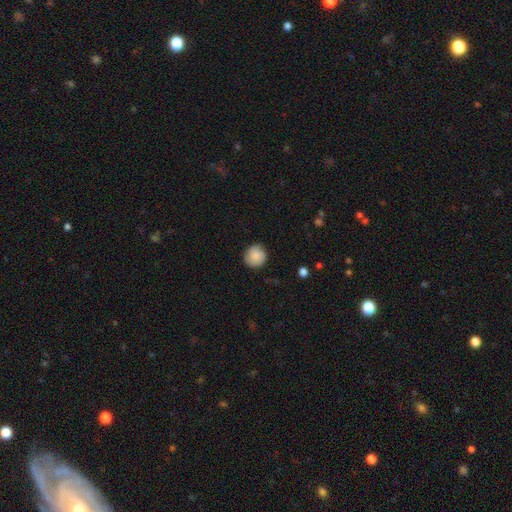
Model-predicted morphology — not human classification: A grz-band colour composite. It shows a smooth galaxy with no disk features (83%) that is round (90%). Merging: none (83%).